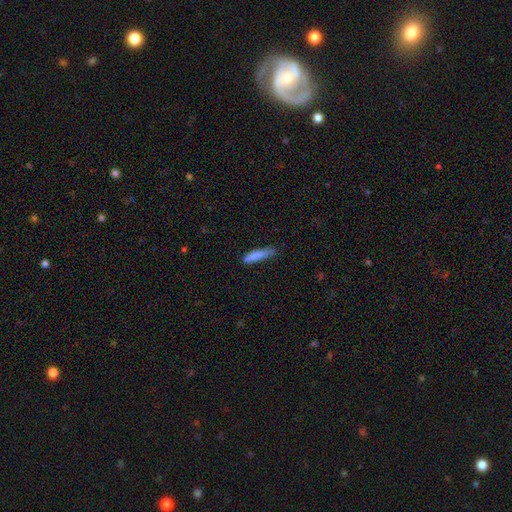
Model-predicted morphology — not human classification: Overall: smooth (81%). How rounded: cigar-shaped (84%). Merging: none (64%; minor disturbance 27%).